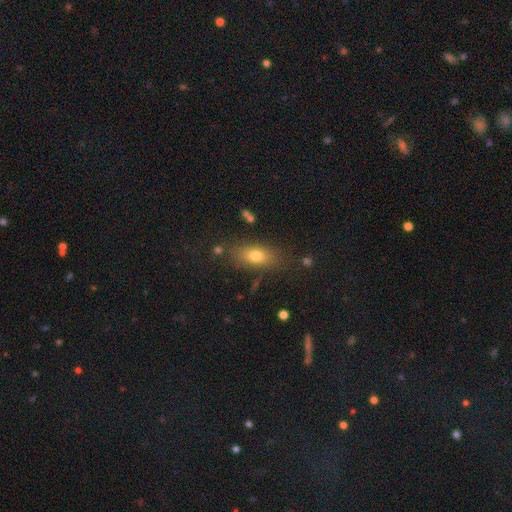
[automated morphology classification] type=smooth (73%); roundness=in between (78%); merging=none (81%).